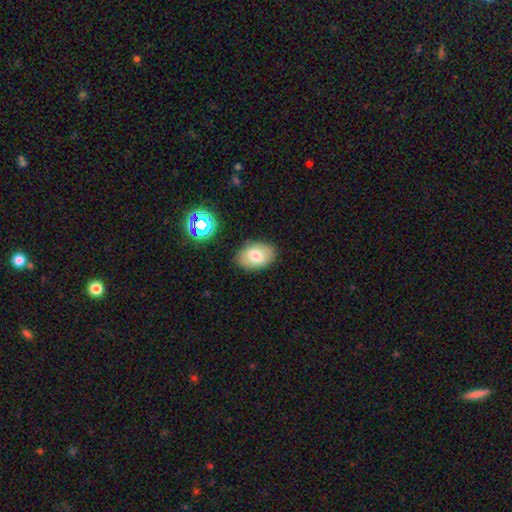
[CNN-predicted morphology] Smooth or featured?
  - smooth: 74% *
  - featured or disk: 16%
  - star or artifact: 10%
How rounded?
  - in between: 87% *
  - round: 12%
  - cigar-shaped: 1%
Merging?
  - none: 86% *
  - minor disturbance: 10%
  - major disturbance: 2%
  - merger: 2%